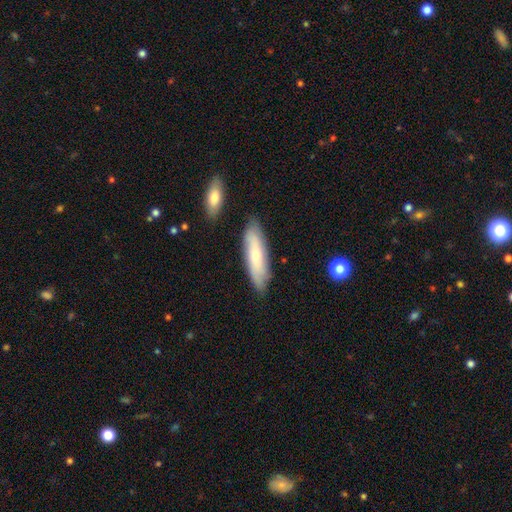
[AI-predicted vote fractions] A smooth galaxy with no disk features (62%) that is cigar-shaped (56%).

Vote fractions:
- Smooth or featured? smooth: 62% / featured or disk: 32% / star or artifact: 6%
- How rounded? cigar-shaped: 56% / in between: 42% / round: 2%
- Merging? none: 82% / minor disturbance: 13% / merger: 3% / major disturbance: 2%